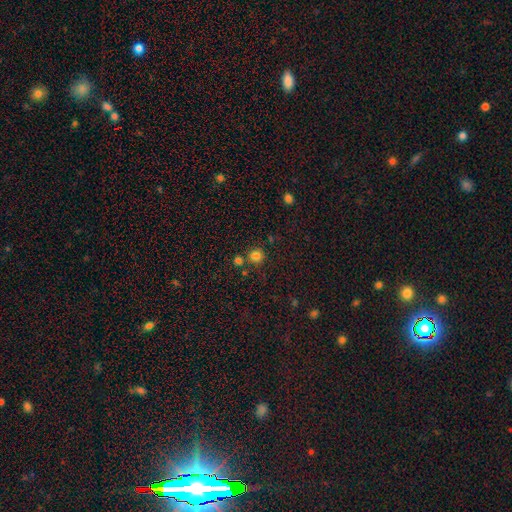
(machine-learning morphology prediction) Smooth or featured?
  - smooth: 80% *
  - star or artifact: 15%
  - featured or disk: 5%
How rounded?
  - round: 90% *
  - in between: 9%
  - cigar-shaped: 1%
Merging?
  - none: 74% *
  - merger: 14%
  - minor disturbance: 9%
  - major disturbance: 3%